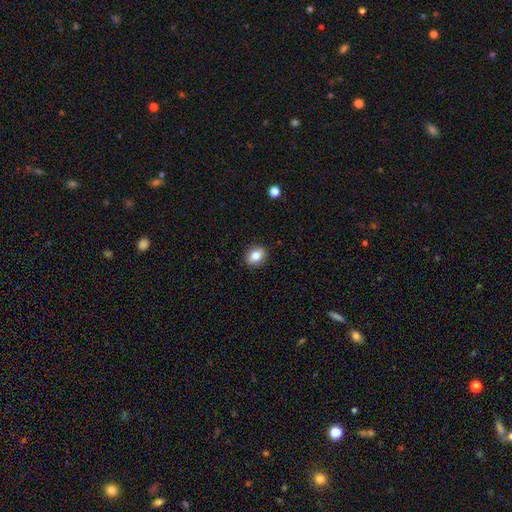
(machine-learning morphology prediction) Overall: smooth (84%). How rounded: in between (54%; round 45%). Merging: none (89%).